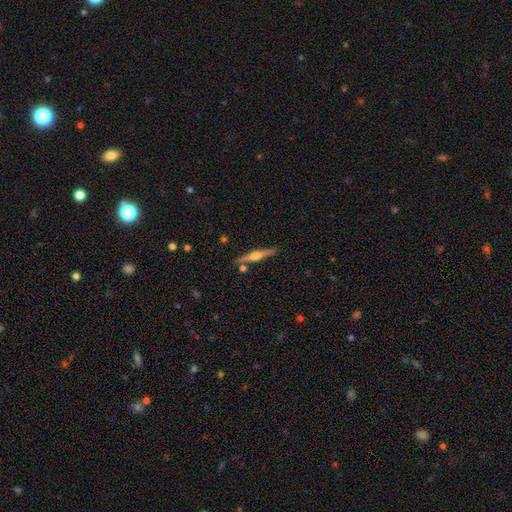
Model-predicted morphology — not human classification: smooth-or-featured: featured or disk: 75% | smooth: 20% | star or artifact: 6%
  disk-edge-on: yes: 98% | no: 2%
    edge-on-bulge: rounded: 94% | boxy: 4% | none: 2%
  merging: none: 85% | minor disturbance: 8% | merger: 5% | major disturbance: 2%